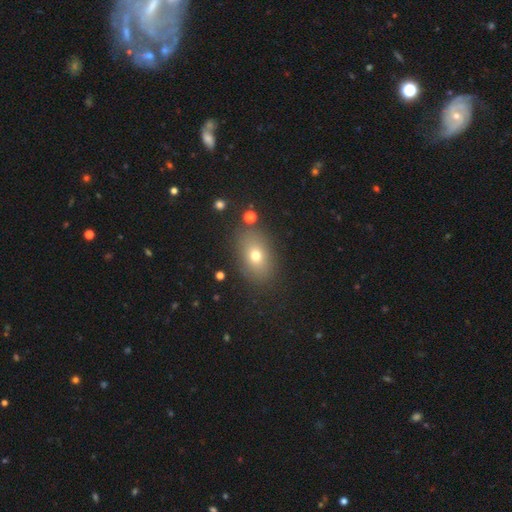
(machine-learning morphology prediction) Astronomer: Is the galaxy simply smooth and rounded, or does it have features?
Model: smooth — 71%.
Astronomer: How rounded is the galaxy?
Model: in between — 78%.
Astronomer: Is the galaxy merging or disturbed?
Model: none — 83%.